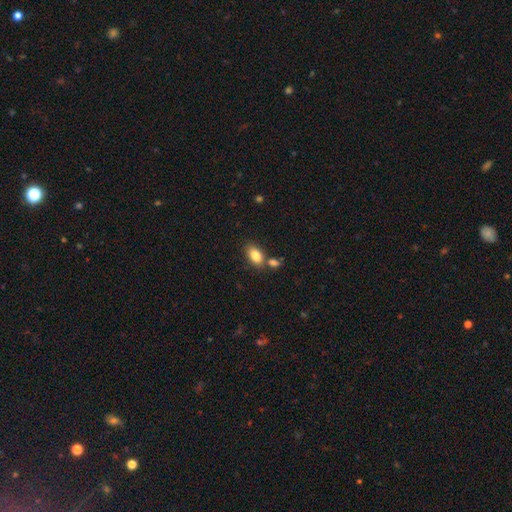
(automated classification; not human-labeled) Q: Smooth or featured?
A: smooth (84%); runner-up: featured or disk (8%)
Q: How rounded?
A: in between (90%); runner-up: round (8%)
Q: Merging?
A: none (67%); runner-up: merger (19%)